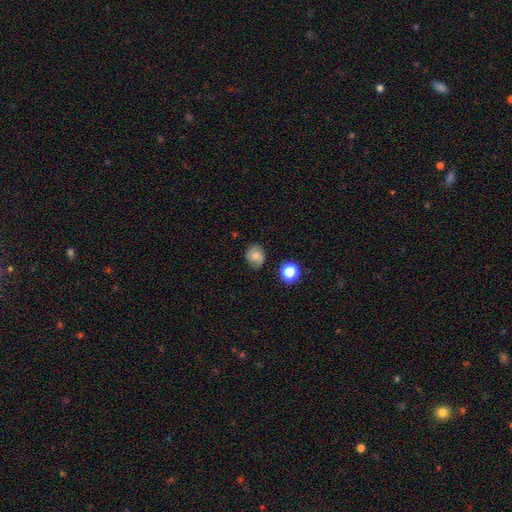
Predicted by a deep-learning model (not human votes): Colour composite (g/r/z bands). It shows a smooth galaxy with no disk features (50%). Merging: none (75%).